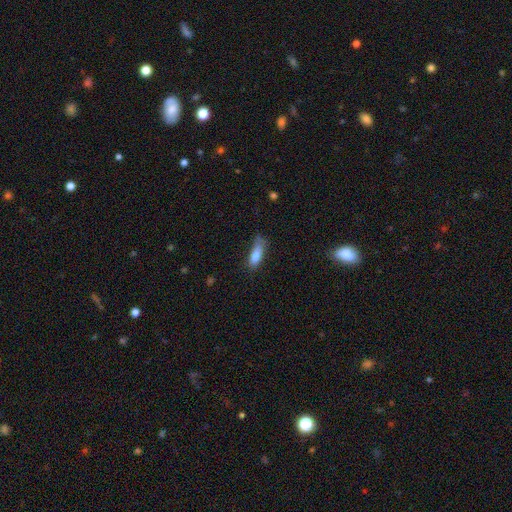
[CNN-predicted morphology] Q: Smooth or featured?
A: smooth (81%); runner-up: featured or disk (12%)
Q: How rounded?
A: in between (59%); runner-up: cigar-shaped (39%)
Q: Merging?
A: none (46%); runner-up: minor disturbance (35%)